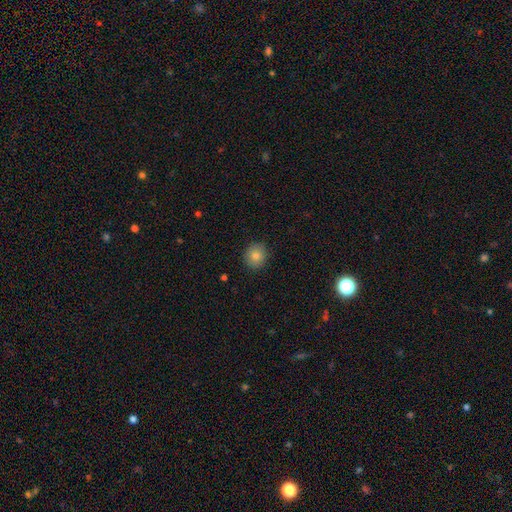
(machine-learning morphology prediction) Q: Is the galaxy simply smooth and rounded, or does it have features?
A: smooth — 82%.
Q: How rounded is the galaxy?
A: round — 86%.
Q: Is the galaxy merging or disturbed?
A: none — 89%.